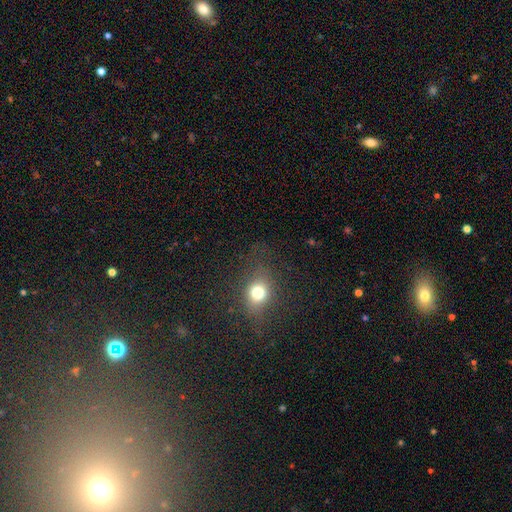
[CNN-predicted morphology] Smooth or featured?
  - smooth: 48% *
  - star or artifact: 36%
  - featured or disk: 16%
Merging?
  - none: 79% *
  - minor disturbance: 12%
  - major disturbance: 6%
  - merger: 3%